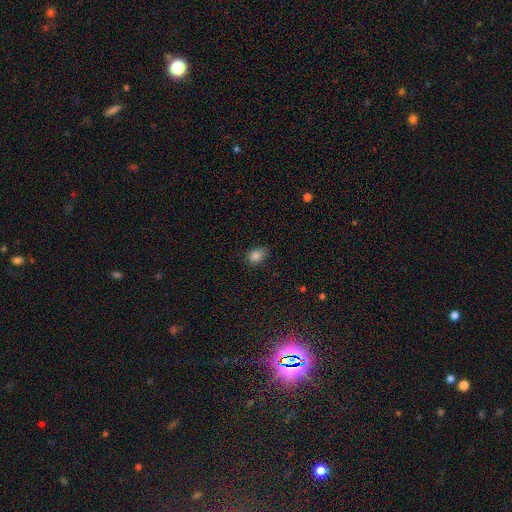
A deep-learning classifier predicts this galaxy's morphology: This appears to be a smooth galaxy with no disk features (84%) that is in between round and cigar-shaped (61%). Merging: none (72%).